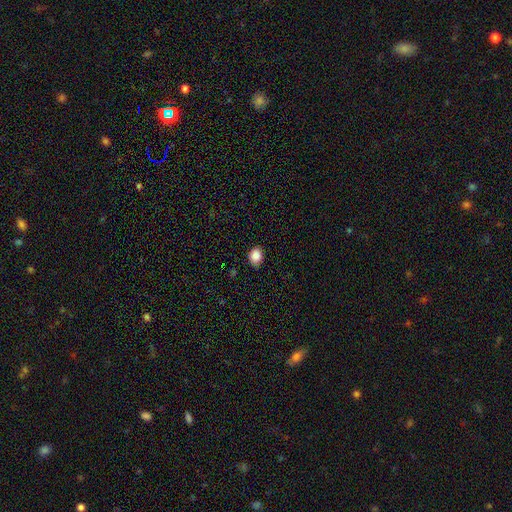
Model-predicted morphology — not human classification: Smooth or featured? smooth (86%)
How rounded? round (52%)
Merging? none (77%)